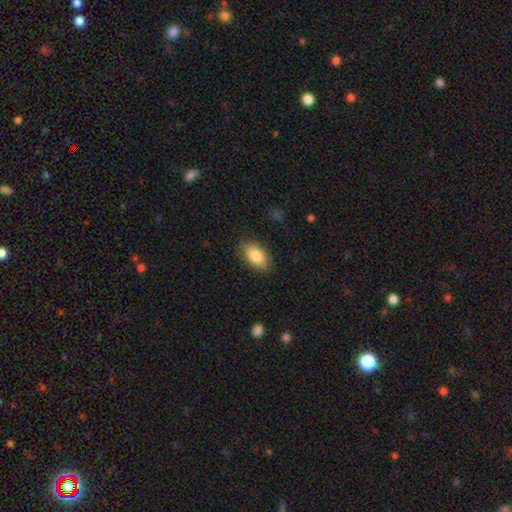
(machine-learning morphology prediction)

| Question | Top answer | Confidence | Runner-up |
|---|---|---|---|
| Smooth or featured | smooth | 84% | featured or disk (9%) |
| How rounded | in between | 92% | round (5%) |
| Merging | none | 84% | minor disturbance (12%) |